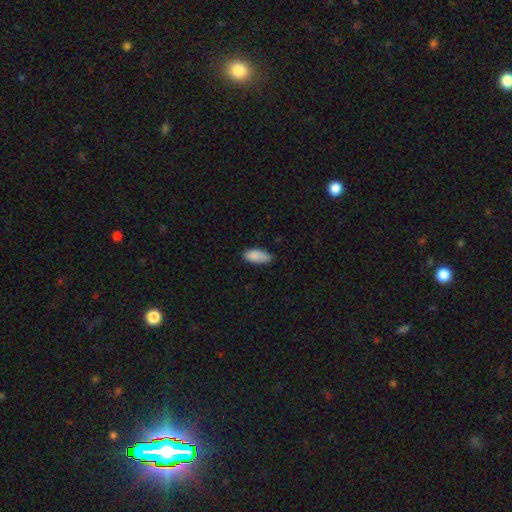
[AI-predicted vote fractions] Morphology: type=smooth (87%); roundness=in between (89%); merging=none (59%).